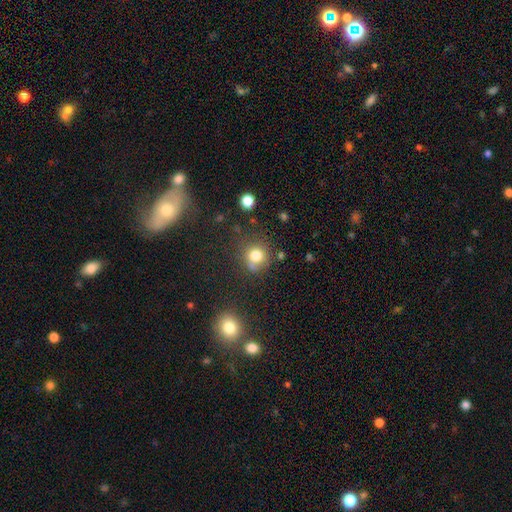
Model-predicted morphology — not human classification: smooth_or_featured: smooth (p=0.78) [alt: star or artifact p=0.14]
how_rounded: round (p=0.86) [alt: in between p=0.13]
merging: none (p=0.66) [alt: minor disturbance p=0.18]